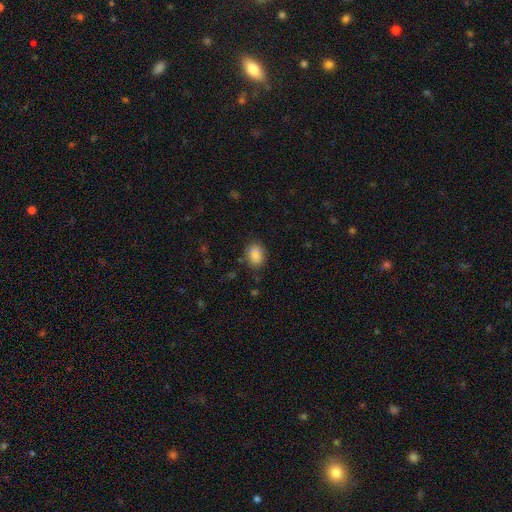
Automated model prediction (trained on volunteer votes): Smooth or featured? smooth (84%)
How rounded? in between (66%)
Merging? none (78%)